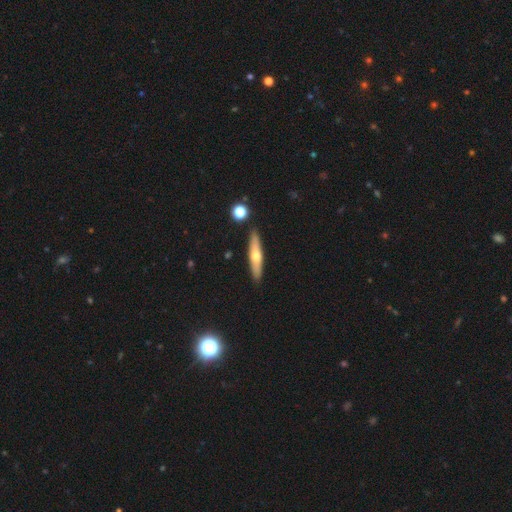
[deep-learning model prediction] A smooth galaxy with no disk features (49%).

Vote fractions:
- Smooth or featured? smooth: 49% / featured or disk: 46% / star or artifact: 6%
- Merging? none: 89% / minor disturbance: 7% / merger: 2% / major disturbance: 2%